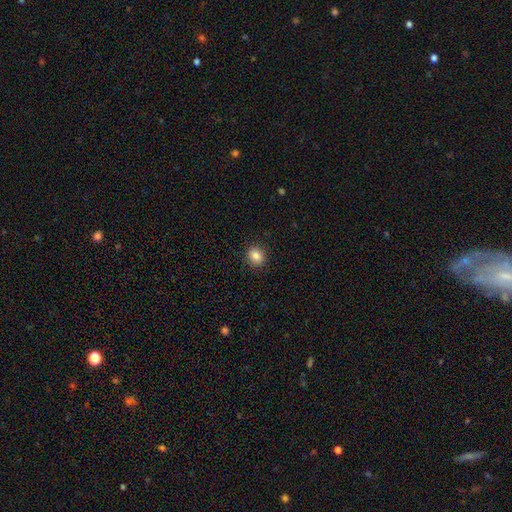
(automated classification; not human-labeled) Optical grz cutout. It shows a smooth galaxy with no disk features (85%) that is round (65%). Merging: none (90%).